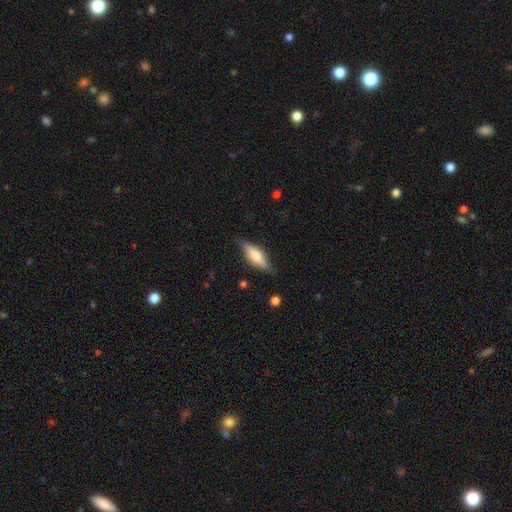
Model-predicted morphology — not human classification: A featured or disk galaxy (49%).

Vote fractions:
- Smooth or featured? featured or disk: 49% / smooth: 45% / star or artifact: 6%
- Merging? none: 80% / minor disturbance: 15% / major disturbance: 4% / merger: 1%